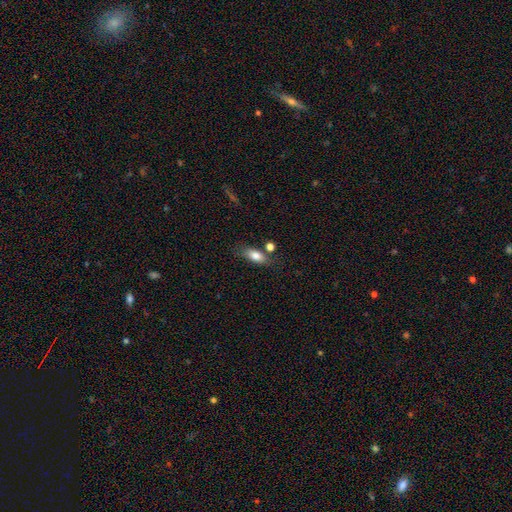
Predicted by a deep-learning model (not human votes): smooth_or_featured: smooth (p=0.80) [alt: featured or disk p=0.12]
how_rounded: in between (p=0.81) [alt: cigar-shaped p=0.13]
merging: none (p=0.66) [alt: minor disturbance p=0.16]